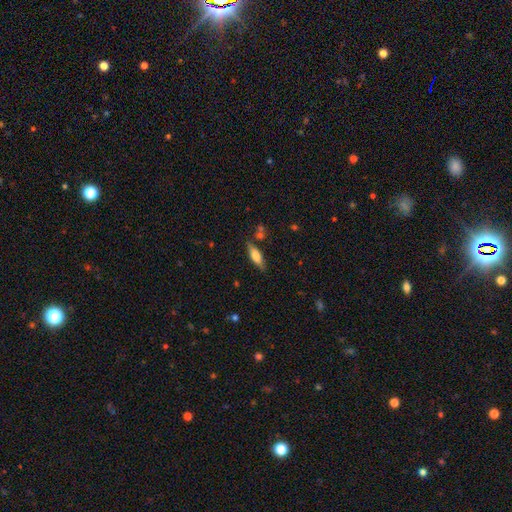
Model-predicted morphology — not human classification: Smooth or featured: smooth — 59% (featured or disk — 34%)
How rounded: in between — 51% (cigar-shaped — 47%)
Merging: none — 78% (minor disturbance — 14%)